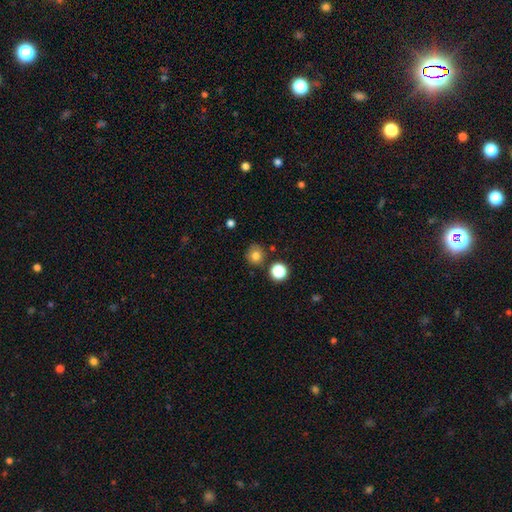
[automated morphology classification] The model was most divided on "smooth or featured": smooth: 79%, star or artifact: 13%, featured or disk: 7%. More confident: how rounded — round (89%); merging — none (81%).